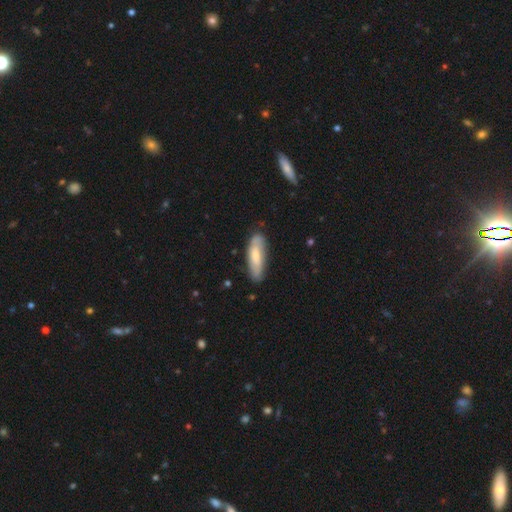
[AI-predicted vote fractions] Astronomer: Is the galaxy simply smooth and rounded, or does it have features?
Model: smooth — 62%.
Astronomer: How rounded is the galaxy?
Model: cigar-shaped — 51% (runner-up: in between, 47%).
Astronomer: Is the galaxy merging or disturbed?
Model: none — 76%.